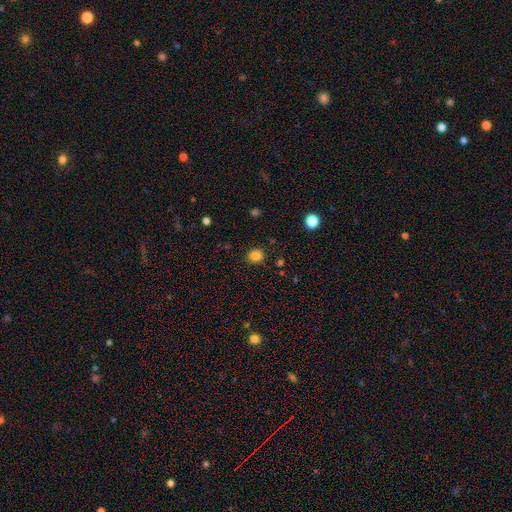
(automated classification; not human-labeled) This appears to be a smooth galaxy with no disk features (84%) that is round (76%). Merging: none (88%).